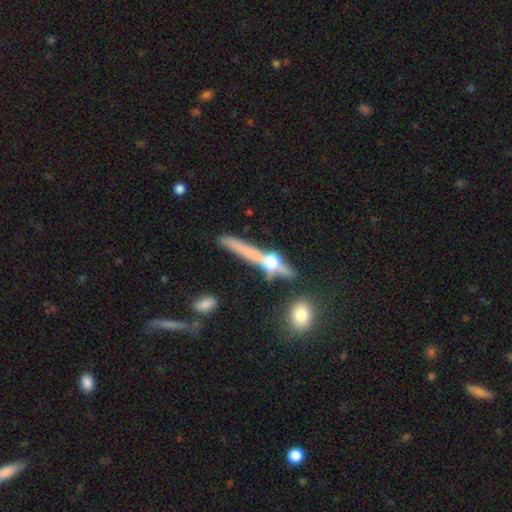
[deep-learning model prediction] Q: Smooth or featured?
A: featured or disk (56%); runner-up: smooth (31%)
Q: Edge-on disk?
A: yes (91%); runner-up: no (9%)
Q: Edge-on bulge?
A: rounded (69%); runner-up: none (24%)
Q: Merging?
A: none (69%); runner-up: minor disturbance (13%)